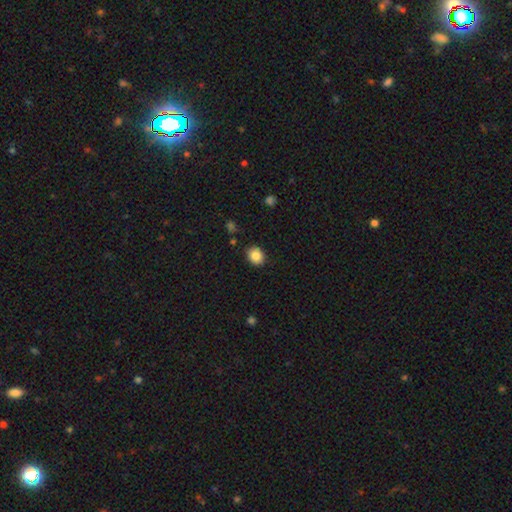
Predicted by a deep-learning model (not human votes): Smooth or featured? smooth (85%)
How rounded? round (54%)
Merging? none (87%)